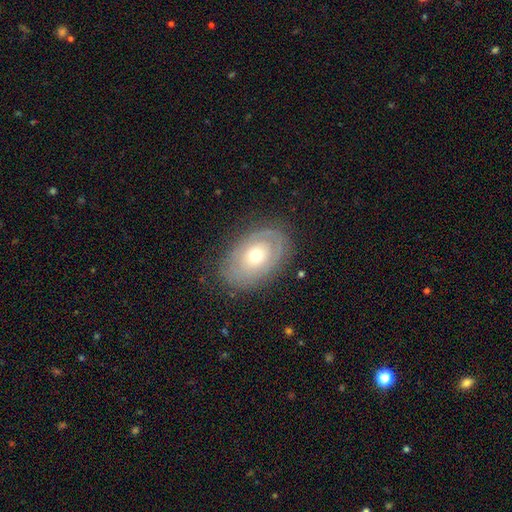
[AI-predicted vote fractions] Smooth or featured? Predicted: featured or disk (p=0.54). Edge-on disk? Predicted: no (p=0.91). Merging? Predicted: none (p=0.79).